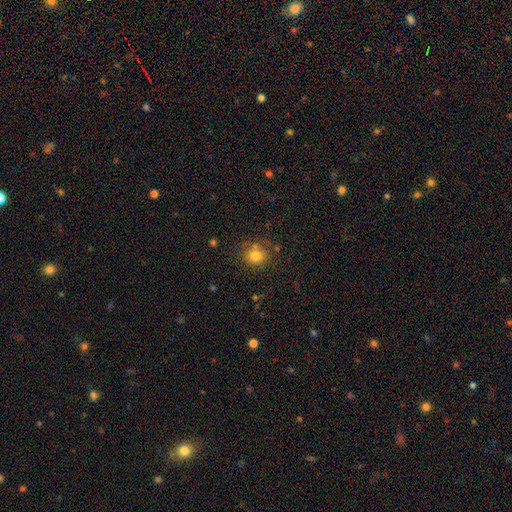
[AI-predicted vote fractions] Overall: smooth (79%). How rounded: round (85%). Merging: none (77%).